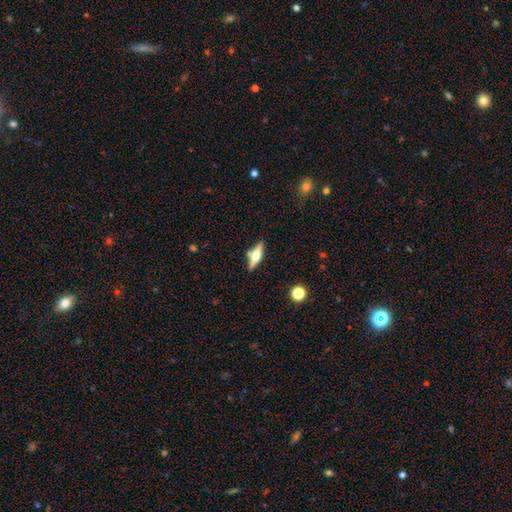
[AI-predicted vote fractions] The model was most divided on "smooth or featured": featured or disk: 61%, smooth: 33%, star or artifact: 6%. More confident: edge-on bulge — rounded (94%); edge-on disk — yes (94%); merging — none (82%).